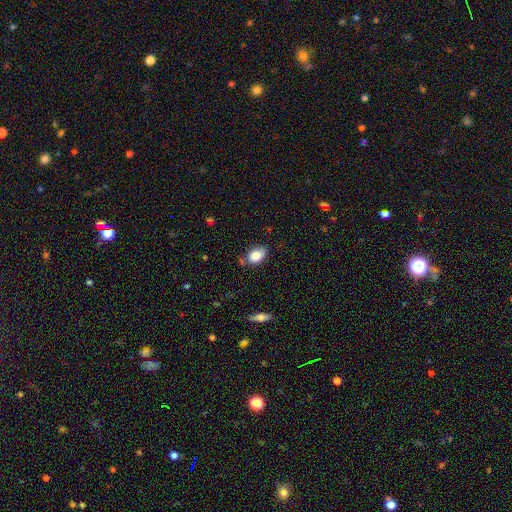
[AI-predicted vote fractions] This appears to be a smooth galaxy with no disk features (83%) that is in between round and cigar-shaped (87%). Merging: none (71%).